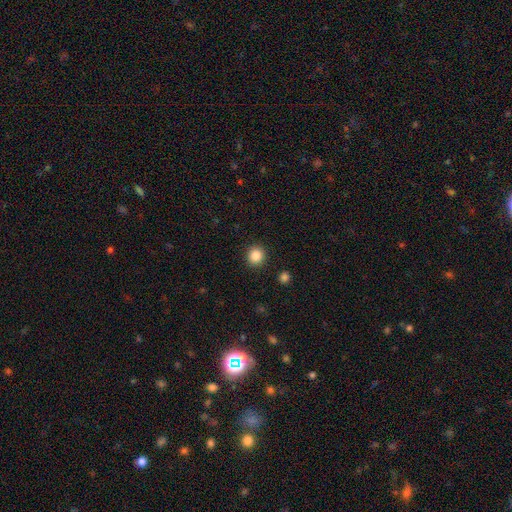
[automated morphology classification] A smooth galaxy with no disk features (86%) that is round (91%). Merging: none (92%).